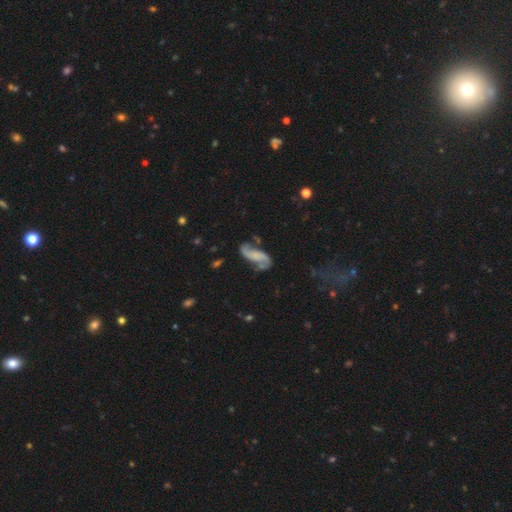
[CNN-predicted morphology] This is likely a featured or disk galaxy (76%). It is clearly not viewed edge-on (95%). Bar: possibly no (55%). Spiral arm pattern: clearly yes (94%). Spiral arm count: clearly 2 (90%). Spiral winding: possibly loose (58%). Central bulge: marginally small (40%). Merging: likely none (62%).